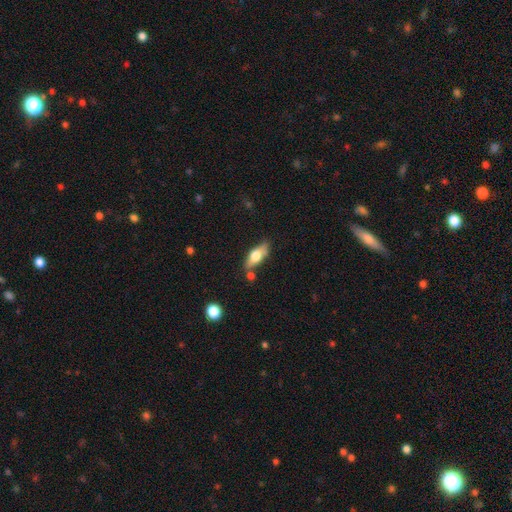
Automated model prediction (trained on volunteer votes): smooth-or-featured: smooth: 56% | featured or disk: 38% | star or artifact: 6%
  how-rounded: in between: 68% | cigar-shaped: 28% | round: 4%
  merging: none: 73% | minor disturbance: 16% | merger: 7% | major disturbance: 4%